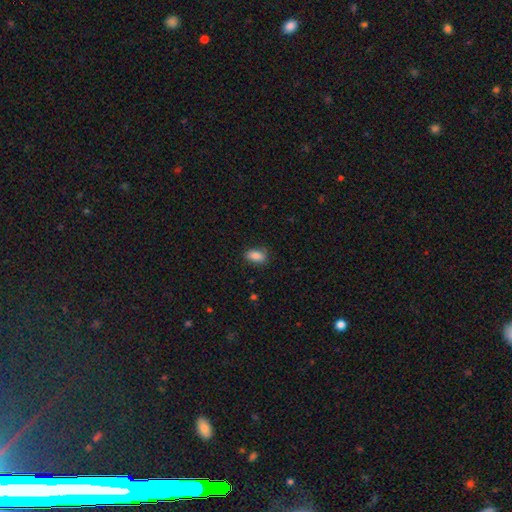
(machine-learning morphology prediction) smooth 87%, star or artifact 8%, featured or disk 5%. Down the decision tree: how rounded — in between (90%); merging — none (81%).